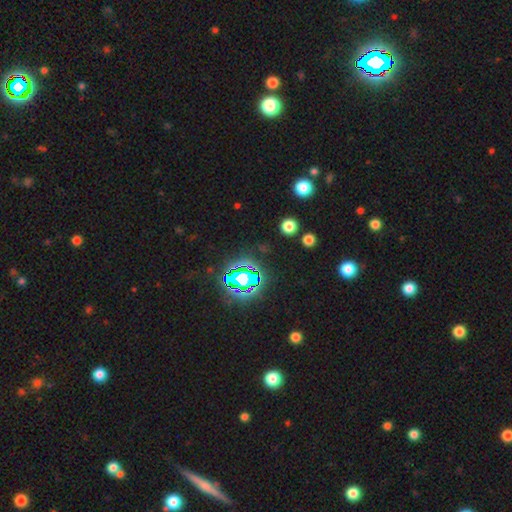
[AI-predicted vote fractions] Smooth or featured? Predicted: star or artifact (p=0.82).